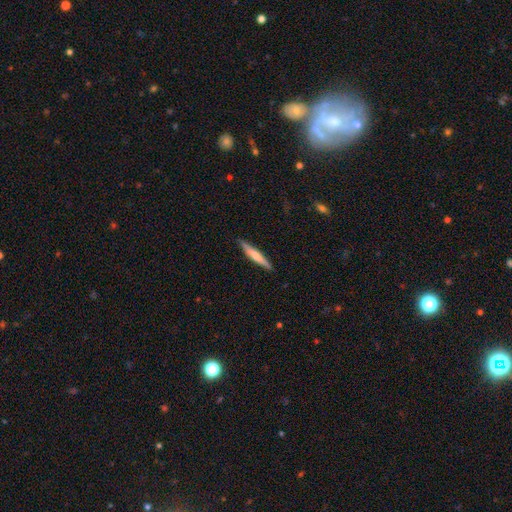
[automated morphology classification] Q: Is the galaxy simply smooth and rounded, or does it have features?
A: smooth — 57%.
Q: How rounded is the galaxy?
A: cigar-shaped — 93%.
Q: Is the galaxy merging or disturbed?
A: none — 89%.